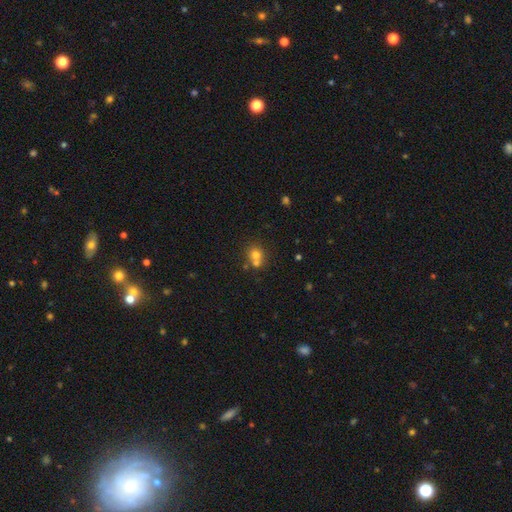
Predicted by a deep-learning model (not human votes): Morphology: type=smooth (71%); roundness=round (85%); merging=none (46%).